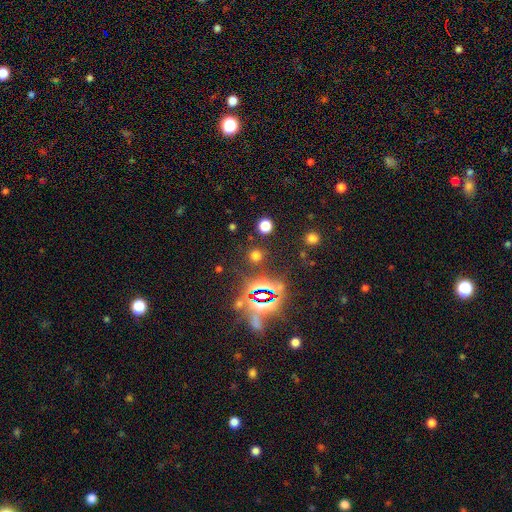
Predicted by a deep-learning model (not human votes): Smooth or featured?
  - smooth: 56% *
  - star or artifact: 38%
  - featured or disk: 6%
How rounded?
  - round: 89% *
  - in between: 9%
  - cigar-shaped: 1%
Merging?
  - none: 86% *
  - minor disturbance: 7%
  - major disturbance: 4%
  - merger: 4%